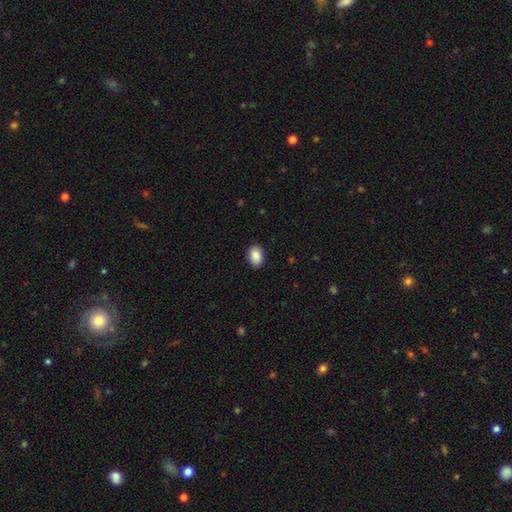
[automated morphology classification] Smooth or featured? smooth (89%)
How rounded? in between (78%)
Merging? none (89%)